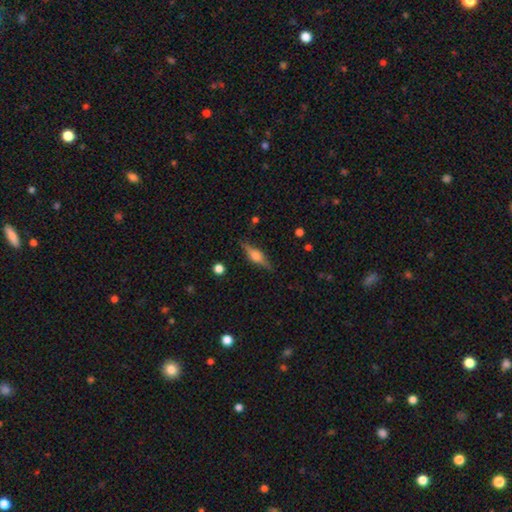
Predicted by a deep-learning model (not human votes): Q: Smooth or featured?
A: featured or disk (66%); runner-up: smooth (27%)
Q: Edge-on disk?
A: yes (96%); runner-up: no (4%)
Q: Edge-on bulge?
A: rounded (89%); runner-up: boxy (9%)
Q: Merging?
A: none (85%); runner-up: minor disturbance (11%)